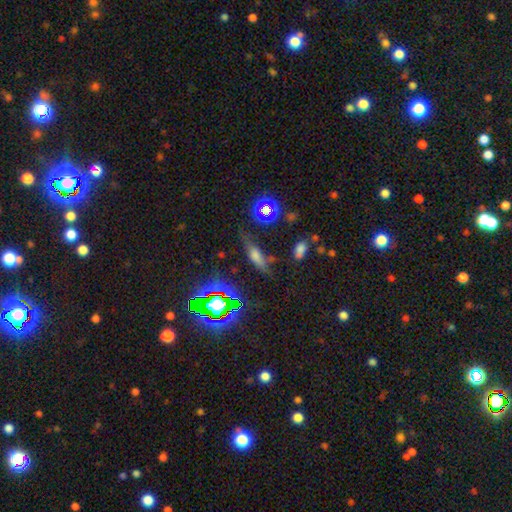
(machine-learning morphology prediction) Smooth or featured? Predicted: smooth (p=0.47). Merging? Predicted: none (p=0.65).